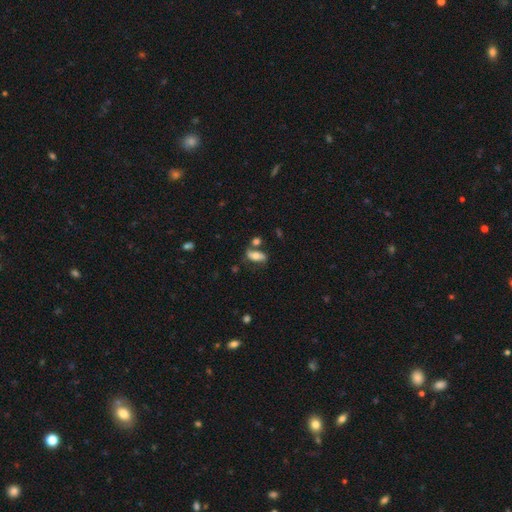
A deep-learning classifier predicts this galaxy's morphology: This appears to be a smooth galaxy with no disk features (60%) that is in between round and cigar-shaped (84%). Merging: none (55%).